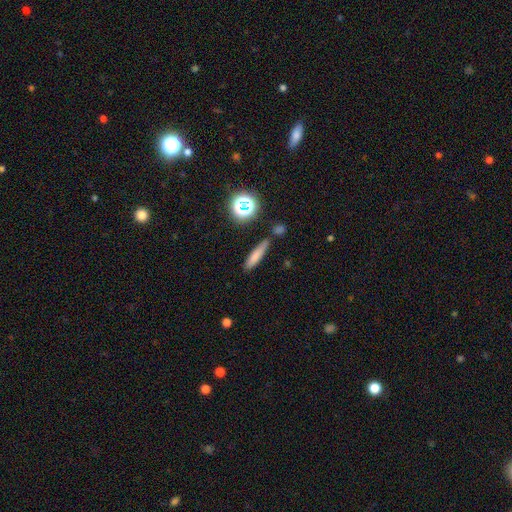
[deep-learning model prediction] A smooth galaxy with no disk features (73%) that is cigar-shaped (82%). Merging: none (78%).